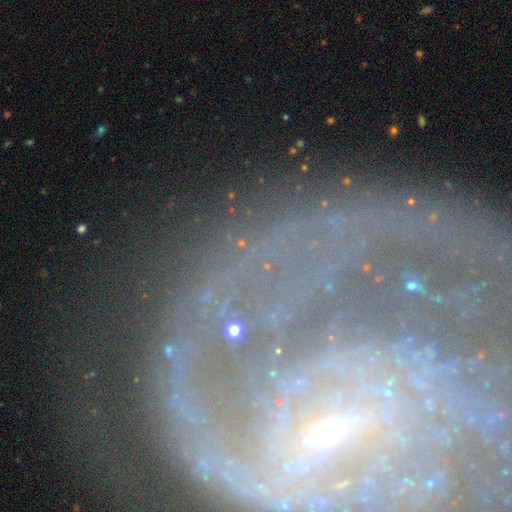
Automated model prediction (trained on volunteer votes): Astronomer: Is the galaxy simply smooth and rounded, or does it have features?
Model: featured or disk — 57%.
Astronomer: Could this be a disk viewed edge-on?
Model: no — 86%.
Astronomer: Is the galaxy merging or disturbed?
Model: none — 71%.